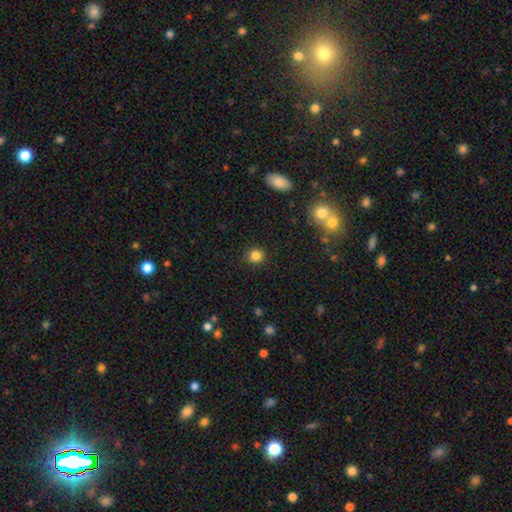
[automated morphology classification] Q: Smooth or featured?
A: smooth (83%); runner-up: star or artifact (12%)
Q: How rounded?
A: round (87%); runner-up: in between (13%)
Q: Merging?
A: none (90%); runner-up: minor disturbance (7%)